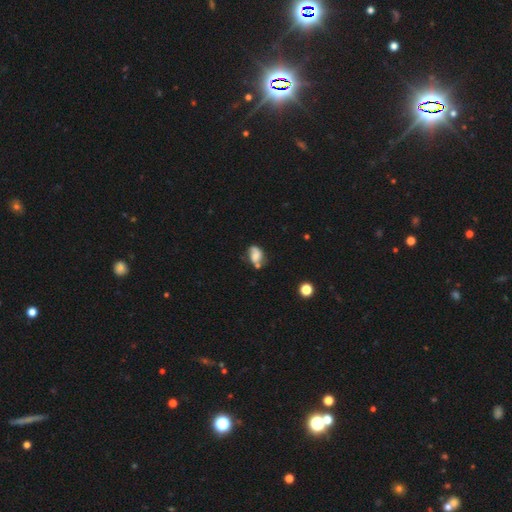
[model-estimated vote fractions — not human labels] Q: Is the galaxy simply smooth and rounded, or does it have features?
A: smooth — 46%.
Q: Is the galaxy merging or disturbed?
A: none — 47%.